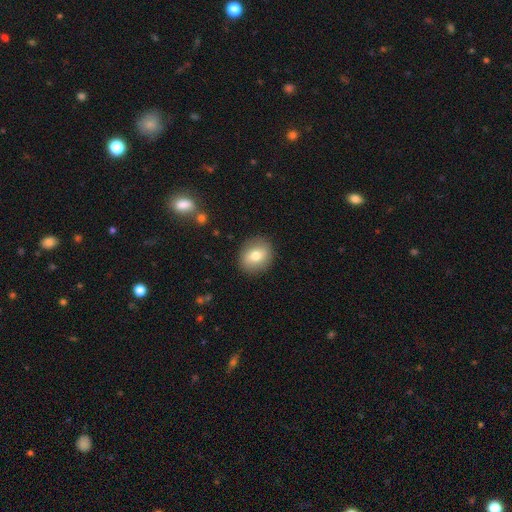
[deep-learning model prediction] Smooth or featured? Predicted: smooth (p=0.74). How rounded? Predicted: round (p=0.69). Merging? Predicted: none (p=0.89).